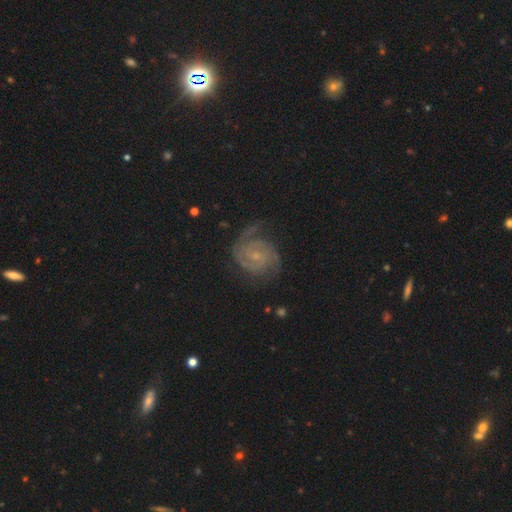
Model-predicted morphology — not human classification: smooth_or_featured: featured or disk (p=0.87) [alt: smooth p=0.07]
disk_edge_on: no (p=0.98) [alt: yes p=0.02]
bar: no (p=0.63) [alt: weak p=0.32]
has_spiral_arms: yes (p=0.98) [alt: no p=0.02]
spiral_winding: tight (p=0.58) [alt: medium p=0.34]
spiral_arm_count: 2 (p=0.64) [alt: 3 p=0.14]
bulge_size: small (p=0.73) [alt: moderate p=0.18]
merging: none (p=0.70) [alt: minor disturbance p=0.18]